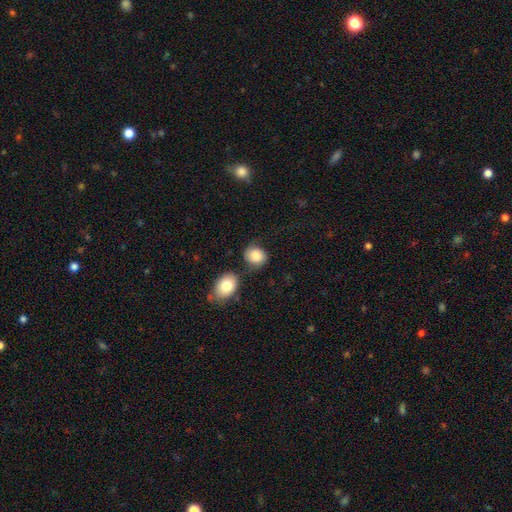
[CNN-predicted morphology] smooth 83%, featured or disk 11%, star or artifact 7%. Down the decision tree: how rounded — round (66%); merging — none (59%).